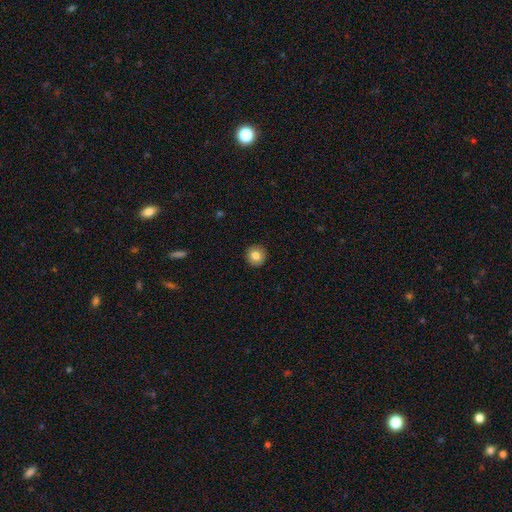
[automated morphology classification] Smooth or featured: smooth — 83% (star or artifact — 9%)
How rounded: round — 95% (in between — 4%)
Merging: none — 93% (minor disturbance — 5%)